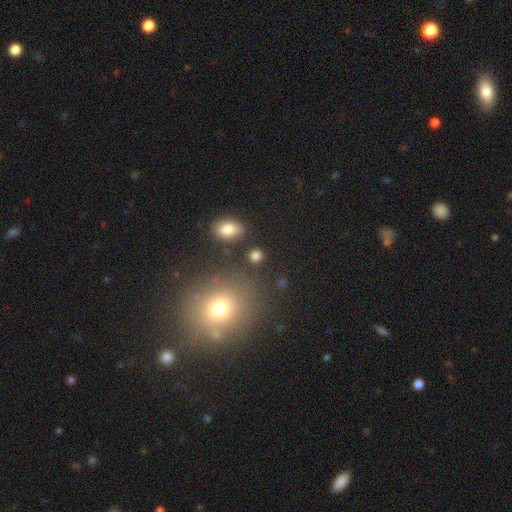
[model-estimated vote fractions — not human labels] smooth_or_featured: smooth (p=0.81) [alt: star or artifact p=0.13]
how_rounded: round (p=0.73) [alt: in between p=0.26]
merging: none (p=0.83) [alt: minor disturbance p=0.08]